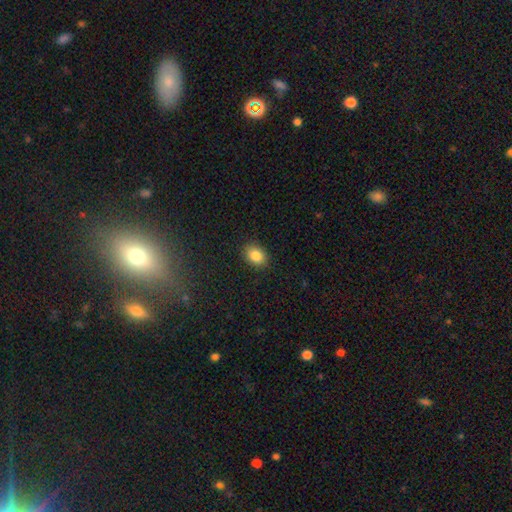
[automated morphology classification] Smooth or featured? Predicted: smooth (p=0.86). How rounded? Predicted: in between (p=0.64). Merging? Predicted: none (p=0.88).